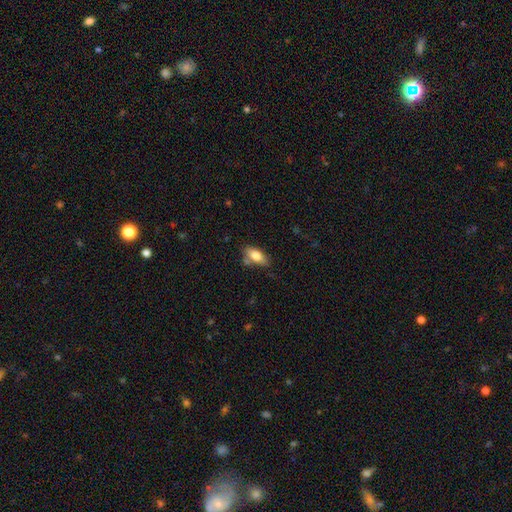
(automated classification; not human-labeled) A smooth galaxy with no disk features (78%) that is in between round and cigar-shaped (85%).

Vote fractions:
- Smooth or featured? smooth: 78% / featured or disk: 15% / star or artifact: 7%
- How rounded? in between: 85% / cigar-shaped: 11% / round: 3%
- Merging? none: 67% / minor disturbance: 19% / merger: 10% / major disturbance: 4%